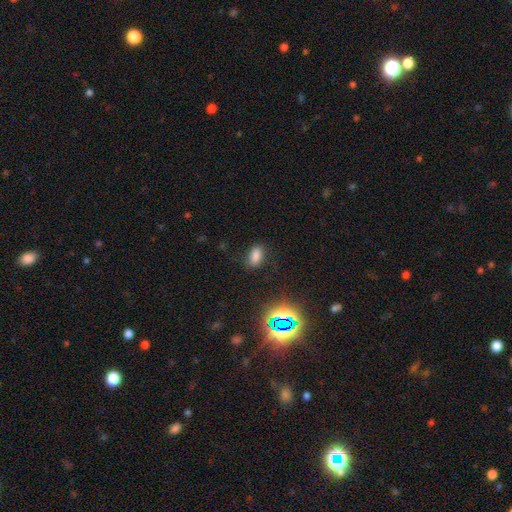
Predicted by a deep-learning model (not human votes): Smooth or featured? smooth (77%)
How rounded? in between (88%)
Merging? none (82%)